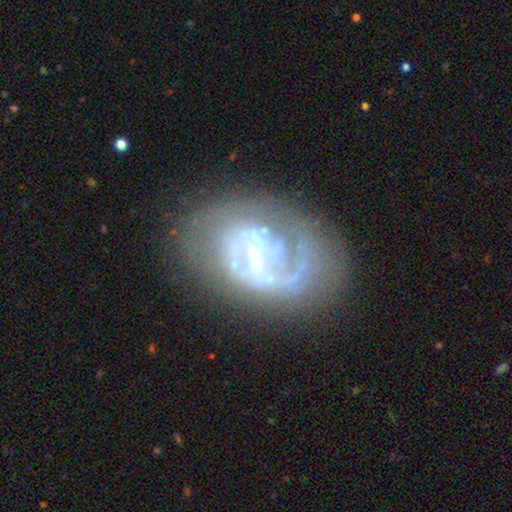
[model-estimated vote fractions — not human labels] Smooth or featured? featured or disk (80%)
Edge-on disk? no (97%)
Bar? weak (42%)
Spiral arms? yes (78%)
Spiral winding? tight (38%, tied with medium)
Spiral arm count? 2 (37%)
Bulge size? none (41%)
Merging? none (55%)